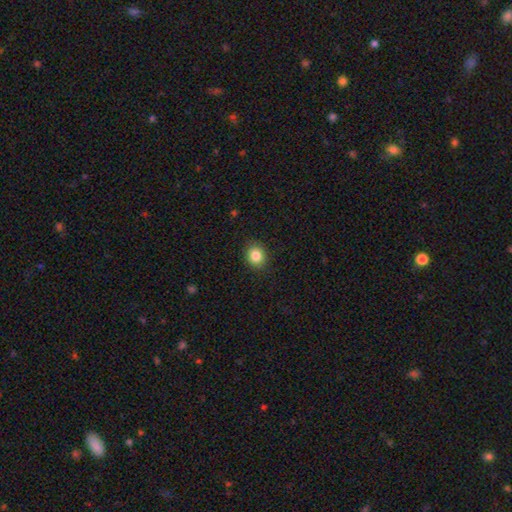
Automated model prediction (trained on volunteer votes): Q: Smooth or featured?
A: smooth (85%); runner-up: star or artifact (10%)
Q: How rounded?
A: round (72%); runner-up: in between (27%)
Q: Merging?
A: none (89%); runner-up: minor disturbance (8%)